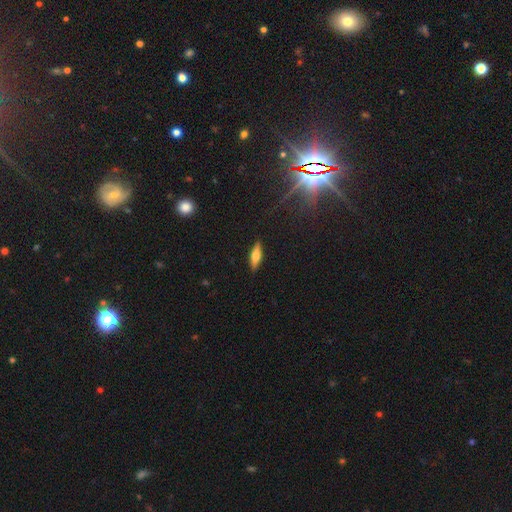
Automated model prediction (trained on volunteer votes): smooth-or-featured: smooth: 56% | featured or disk: 36% | star or artifact: 7%
  how-rounded: cigar-shaped: 58% | in between: 39% | round: 3%
  merging: none: 89% | minor disturbance: 8% | major disturbance: 2% | merger: 1%